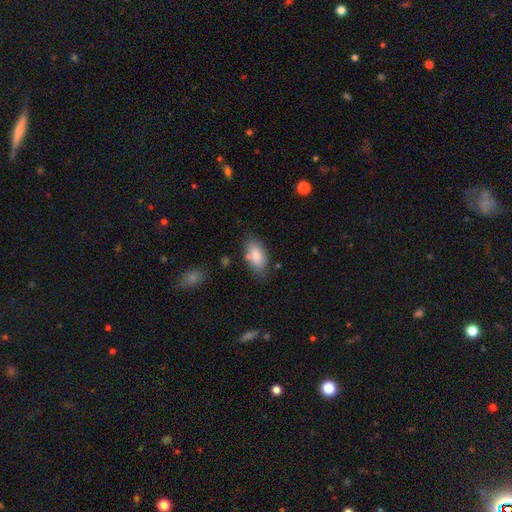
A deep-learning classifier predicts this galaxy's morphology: A smooth galaxy with no disk features (83%) that is in between round and cigar-shaped (93%). Merging: none (73%).